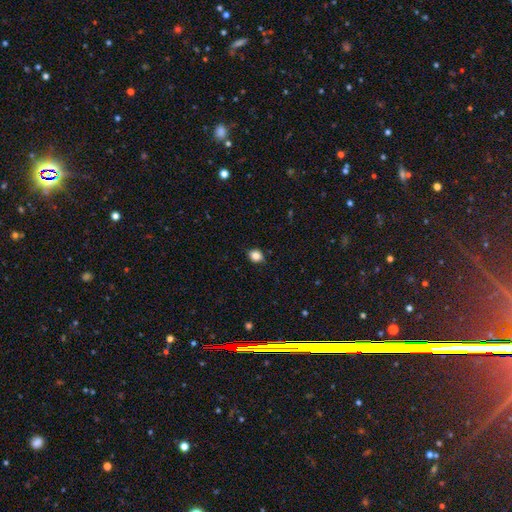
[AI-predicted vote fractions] Smooth or featured: smooth — 84% (star or artifact — 10%)
How rounded: round — 62% (in between — 37%)
Merging: none — 82% (minor disturbance — 14%)